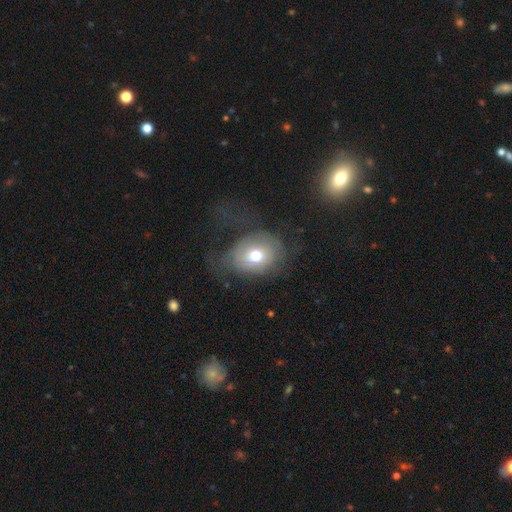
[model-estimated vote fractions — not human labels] Q: Smooth or featured?
A: smooth (65%); runner-up: featured or disk (24%)
Q: How rounded?
A: round (52%); runner-up: in between (47%)
Q: Merging?
A: none (44%); runner-up: major disturbance (32%)